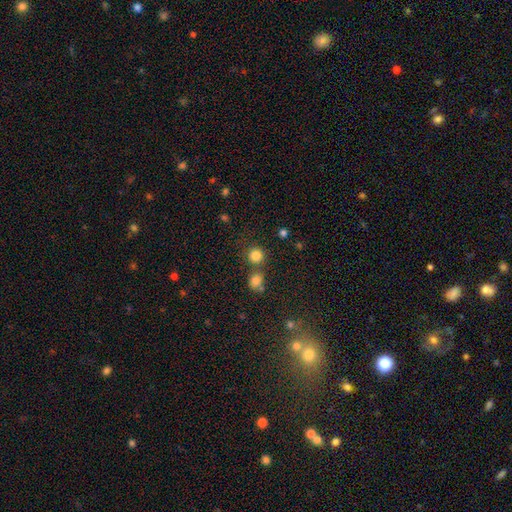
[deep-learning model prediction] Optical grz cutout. It shows a smooth galaxy with no disk features (81%) that is round (90%). Merging: none (71%).